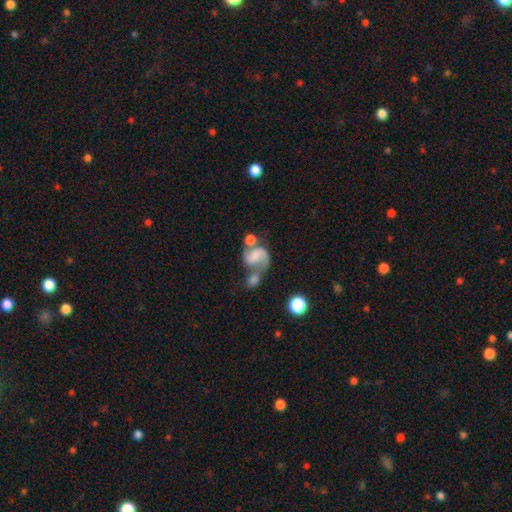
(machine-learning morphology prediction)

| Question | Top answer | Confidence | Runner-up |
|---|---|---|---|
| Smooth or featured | featured or disk | 70% | smooth (22%) |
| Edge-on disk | no | 98% | yes (2%) |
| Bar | no | 47% | weak (38%) |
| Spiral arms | yes | 89% | no (11%) |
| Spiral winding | medium | 44% | loose (43%) |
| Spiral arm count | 2 | 81% | 1 (12%) |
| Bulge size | none | 39% | small (28%) |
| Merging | merger | 53% | none (23%) |